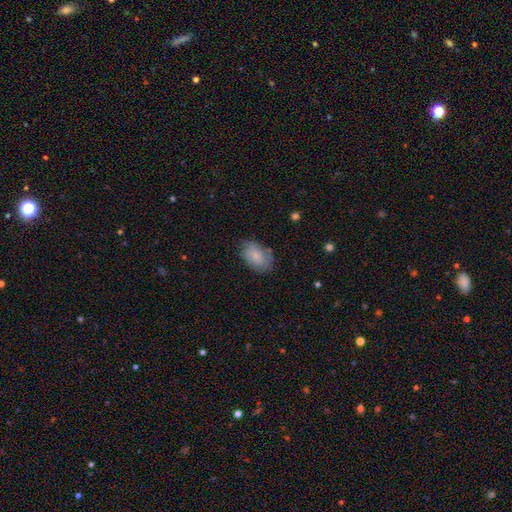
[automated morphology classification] This is likely a smooth galaxy (77%). How rounded: clearly in between (90%). Merging: likely none (69%).